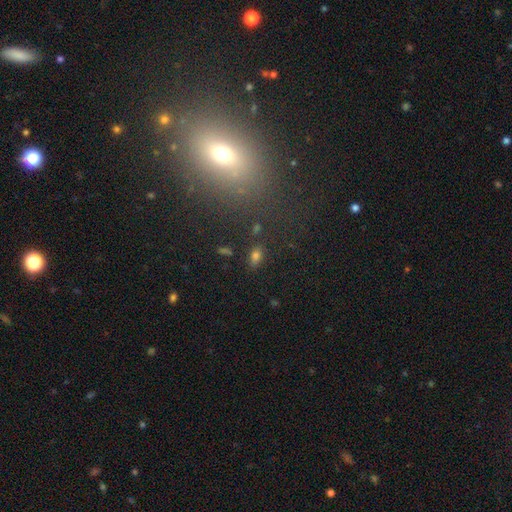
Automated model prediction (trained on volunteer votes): A smooth galaxy with no disk features (69%) that is in between round and cigar-shaped (85%). Merging: none (81%).